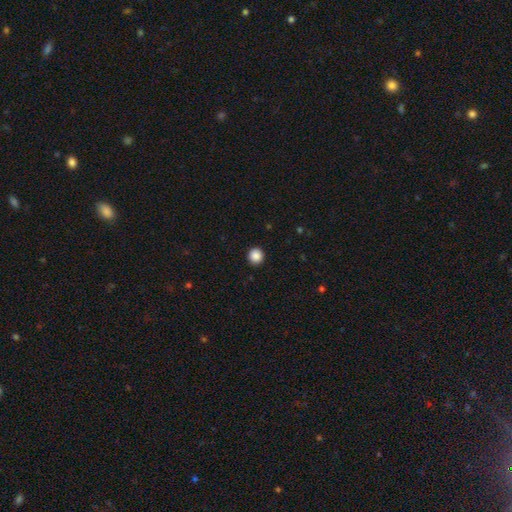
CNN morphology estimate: smooth-or-featured: smooth: 88% | star or artifact: 10% | featured or disk: 3%
  how-rounded: round: 92% | in between: 7% | cigar-shaped: 1%
  merging: none: 93% | minor disturbance: 4% | major disturbance: 2% | merger: 1%